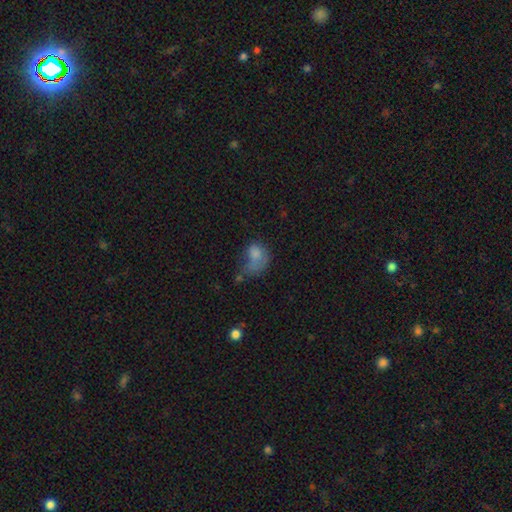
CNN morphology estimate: This is likely a smooth galaxy (68%). How rounded: likely in between (68%). Merging: possibly major disturbance (47%).